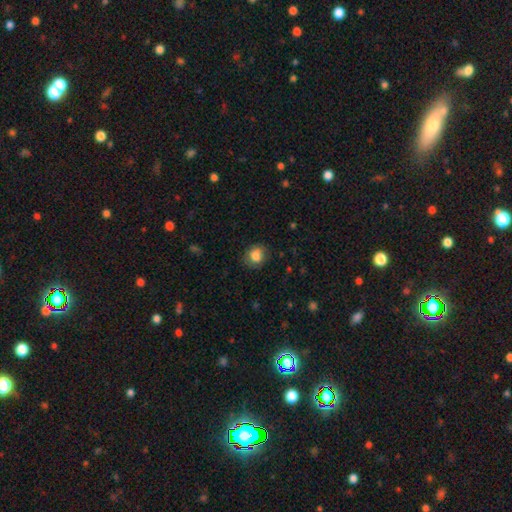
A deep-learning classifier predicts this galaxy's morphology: The model was most divided on "how rounded": round: 72%, in between: 27%, cigar-shaped: 1%. More confident: smooth or featured — smooth (83%); merging — none (78%).